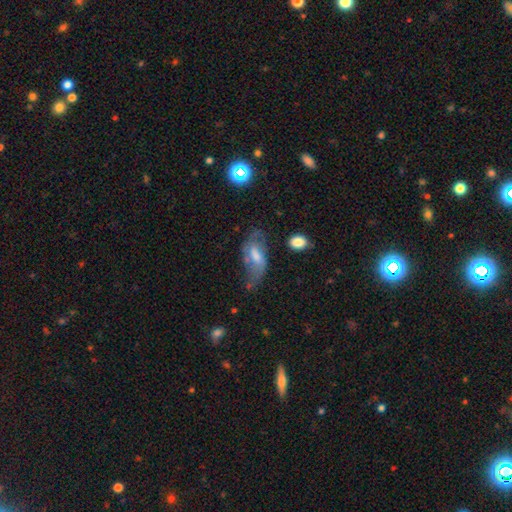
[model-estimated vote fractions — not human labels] featured or disk 50%, smooth 40%, star or artifact 10%. Down the decision tree: merging — none (42%).